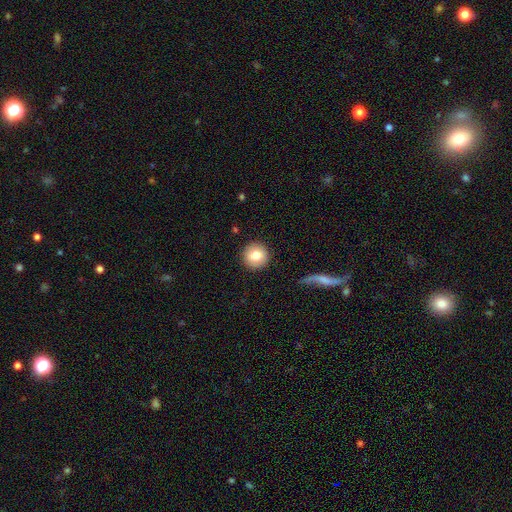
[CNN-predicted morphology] type=smooth (80%); roundness=round (95%); merging=none (90%).